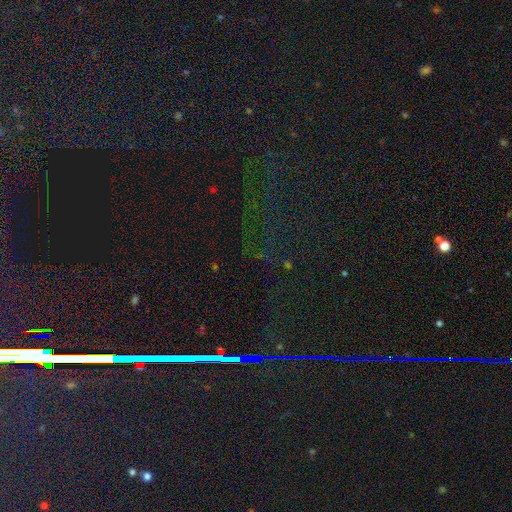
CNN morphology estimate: smooth-or-featured: star or artifact: 80% | smooth: 11% | featured or disk: 9%